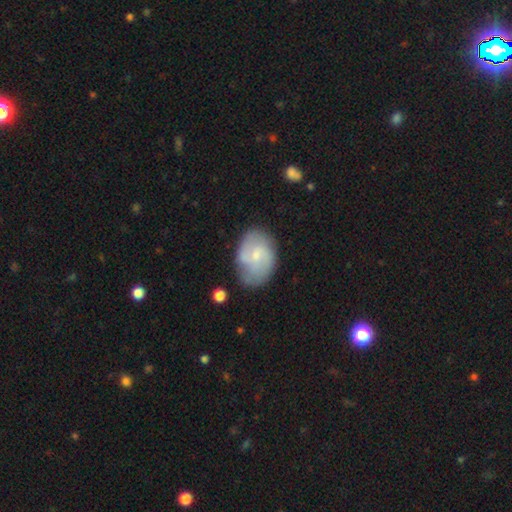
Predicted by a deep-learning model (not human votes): Smooth or featured? Predicted: featured or disk (p=0.57). Edge-on disk? Predicted: no (p=0.97). Bar? Predicted: weak (p=0.50). Spiral arms? Predicted: yes (p=0.82). Bulge size? Predicted: small (p=0.63). Merging? Predicted: none (p=0.65).